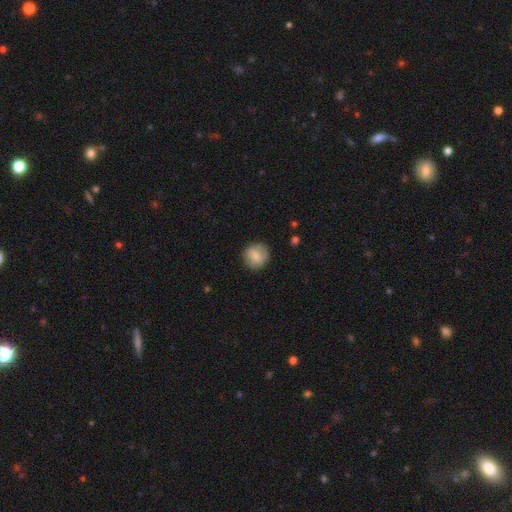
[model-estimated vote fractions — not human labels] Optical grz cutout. It shows a smooth galaxy with no disk features (78%) that is round (85%). Merging: none (82%).